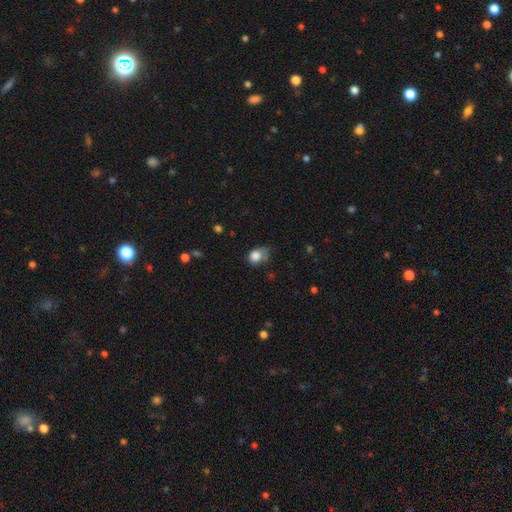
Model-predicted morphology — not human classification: A smooth galaxy with no disk features (81%) that is in between round and cigar-shaped (51%). Merging: none (40%).